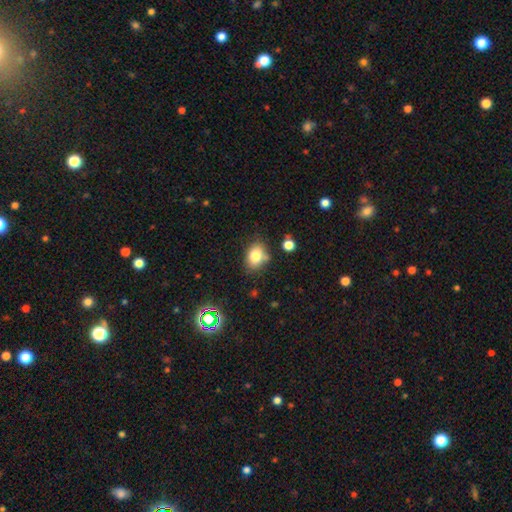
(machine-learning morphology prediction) Q: Smooth or featured?
A: smooth (81%); runner-up: star or artifact (11%)
Q: How rounded?
A: in between (70%); runner-up: round (29%)
Q: Merging?
A: none (71%); runner-up: minor disturbance (17%)